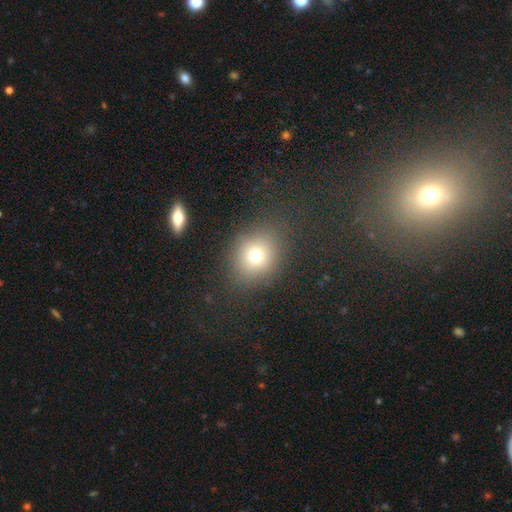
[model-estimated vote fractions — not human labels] A smooth galaxy with no disk features (71%) that is round (71%). Merging: none (81%).